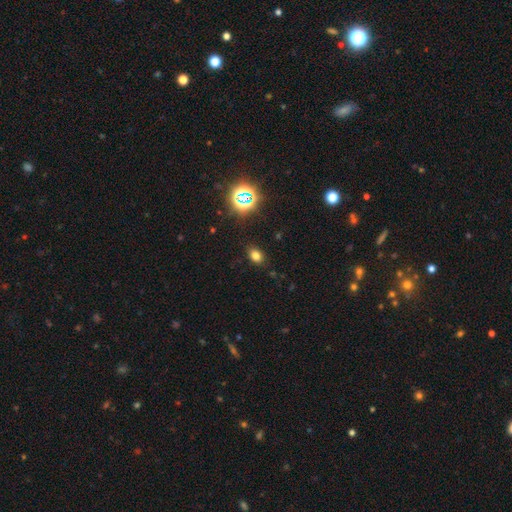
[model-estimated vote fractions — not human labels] smooth-or-featured: smooth: 72% | star or artifact: 21% | featured or disk: 7%
  how-rounded: in between: 73% | round: 26% | cigar-shaped: 1%
  merging: none: 86% | minor disturbance: 10% | major disturbance: 3% | merger: 1%